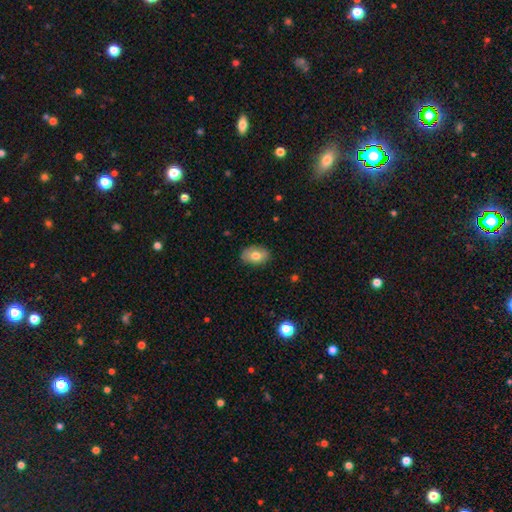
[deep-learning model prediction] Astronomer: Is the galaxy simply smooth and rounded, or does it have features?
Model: smooth — 75%.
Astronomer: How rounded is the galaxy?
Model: in between — 85%.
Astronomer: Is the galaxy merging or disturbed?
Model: none — 84%.